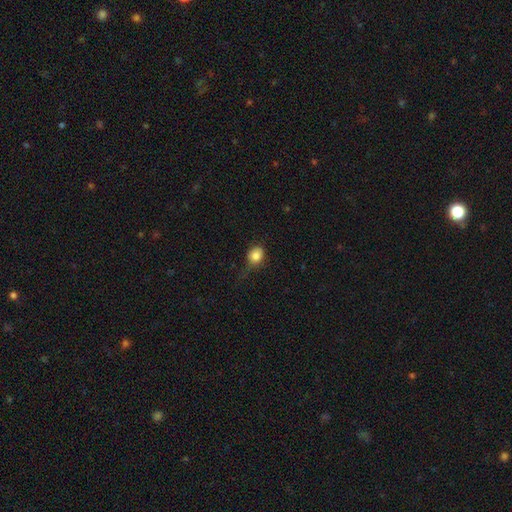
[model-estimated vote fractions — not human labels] smooth 83%, star or artifact 10%, featured or disk 7%. Down the decision tree: how rounded — round (66%); merging — none (52%).